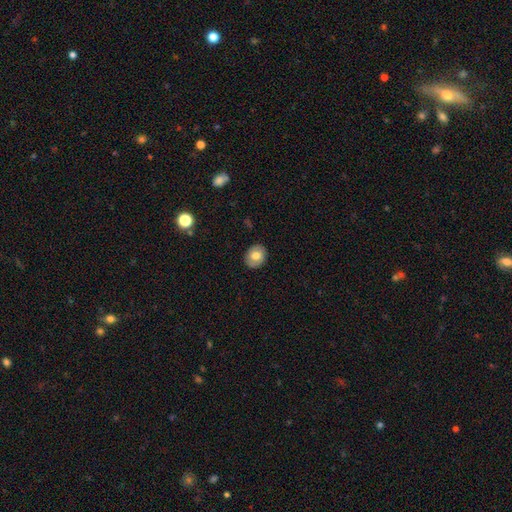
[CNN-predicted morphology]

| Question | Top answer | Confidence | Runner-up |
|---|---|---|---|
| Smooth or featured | smooth | 66% | featured or disk (26%) |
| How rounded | round | 59% | in between (40%) |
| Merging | none | 86% | minor disturbance (10%) |